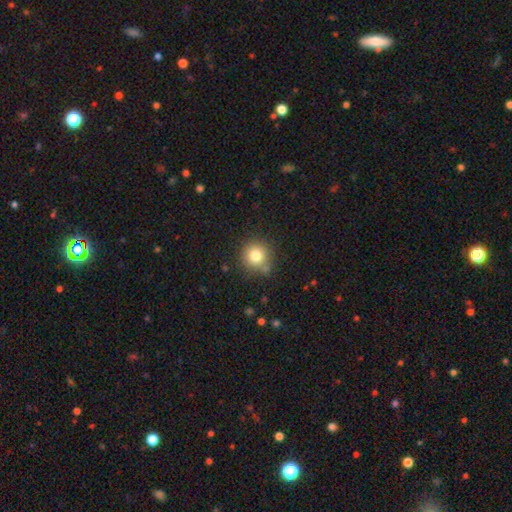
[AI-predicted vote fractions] Smooth or featured? Predicted: smooth (p=0.80). How rounded? Predicted: round (p=0.92). Merging? Predicted: none (p=0.78).